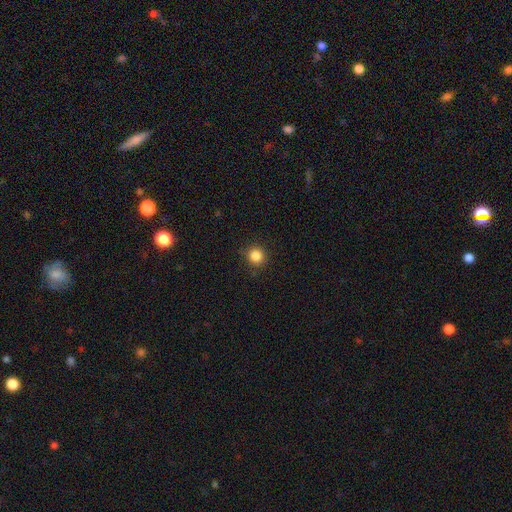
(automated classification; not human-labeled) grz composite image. It shows a smooth galaxy with no disk features (85%) that is round (92%). Merging: none (88%).